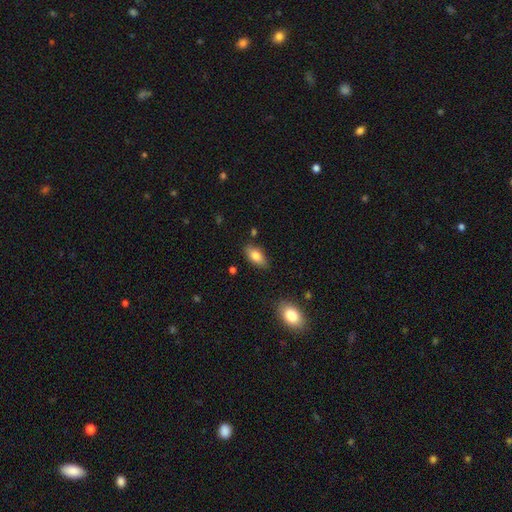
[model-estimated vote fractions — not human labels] smooth 80%, featured or disk 13%, star or artifact 7%. Down the decision tree: how rounded — in between (88%); merging — none (82%).